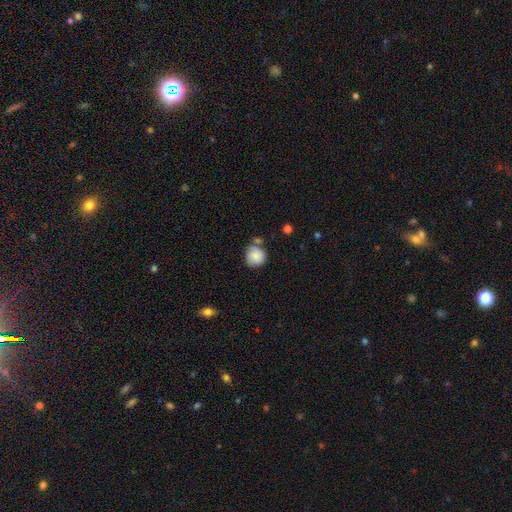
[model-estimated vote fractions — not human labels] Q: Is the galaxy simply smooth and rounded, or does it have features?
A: smooth — 83%.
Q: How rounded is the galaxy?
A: round — 88%.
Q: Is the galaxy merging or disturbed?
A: none — 58%.